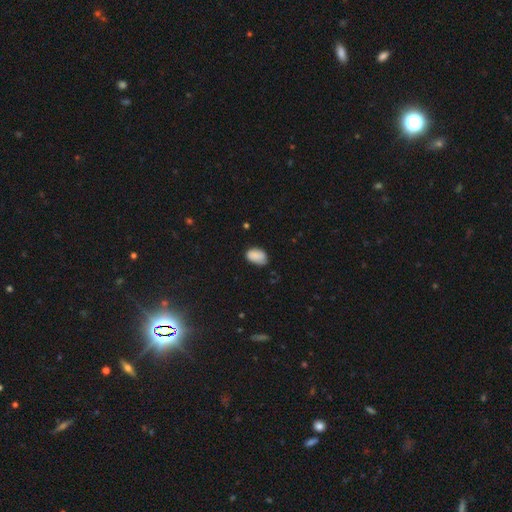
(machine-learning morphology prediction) Smooth or featured?
  - smooth: 86% *
  - star or artifact: 8%
  - featured or disk: 6%
How rounded?
  - in between: 89% *
  - round: 10%
  - cigar-shaped: 1%
Merging?
  - none: 63% *
  - minor disturbance: 30%
  - major disturbance: 5%
  - merger: 2%